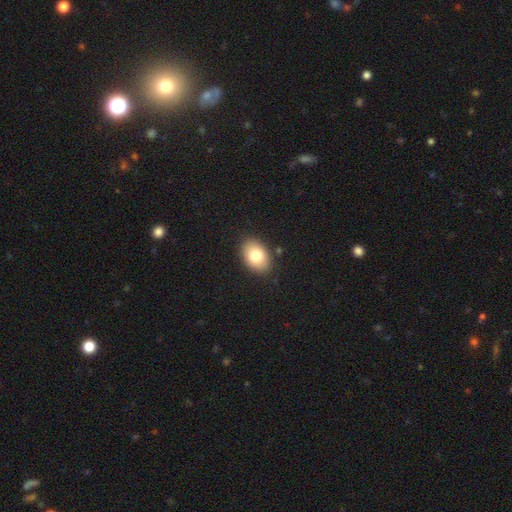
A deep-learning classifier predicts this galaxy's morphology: Smooth or featured? smooth (79%)
How rounded? in between (84%)
Merging? none (87%)